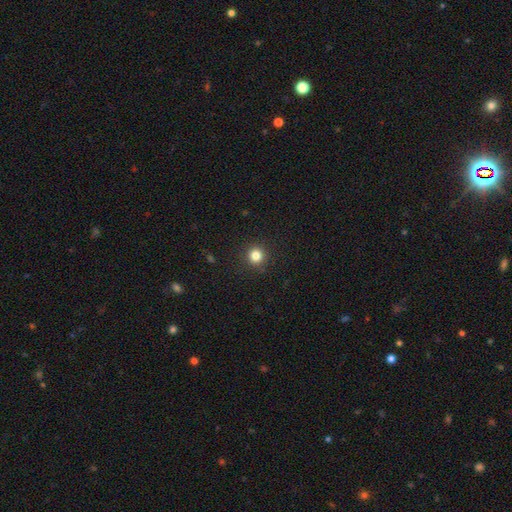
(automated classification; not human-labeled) This is clearly a smooth galaxy (83%). How rounded: clearly round (95%). Merging: clearly none (92%).